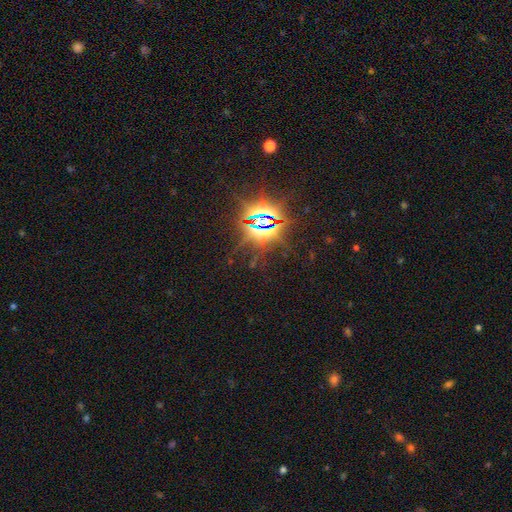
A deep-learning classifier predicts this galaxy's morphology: smooth-or-featured: star or artifact: 86% | smooth: 7% | featured or disk: 7%